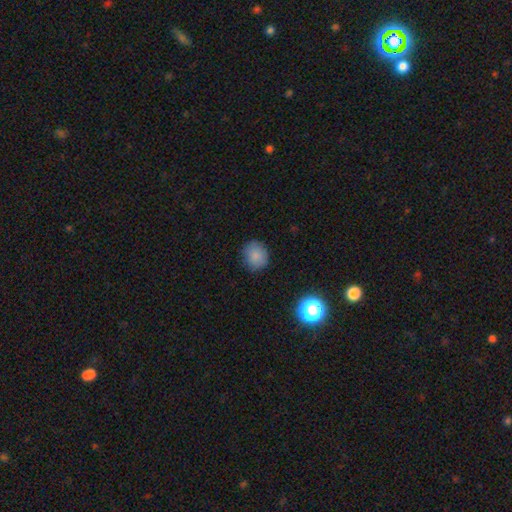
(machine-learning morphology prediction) Overall: smooth (83%). How rounded: round (80%). Merging: none (84%).